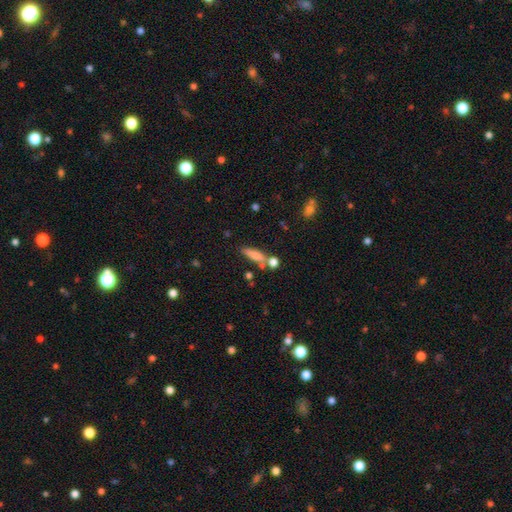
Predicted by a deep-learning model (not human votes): smooth-or-featured: smooth: 78% | featured or disk: 13% | star or artifact: 9%
  how-rounded: cigar-shaped: 57% | in between: 39% | round: 4%
  merging: none: 60% | merger: 20% | minor disturbance: 15% | major disturbance: 5%